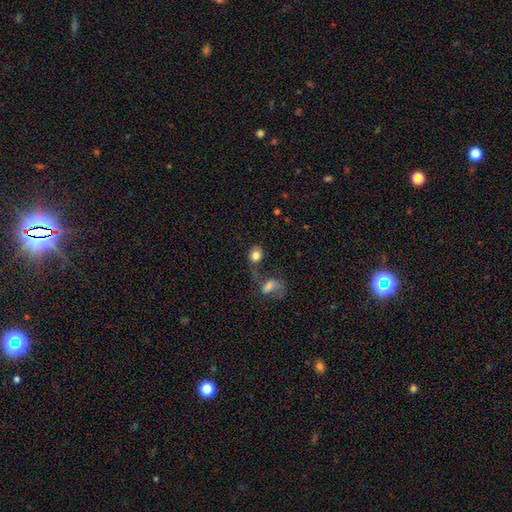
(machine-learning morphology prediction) This appears to be a smooth galaxy with no disk features (79%) that is round (64%). Merging: none (39%).